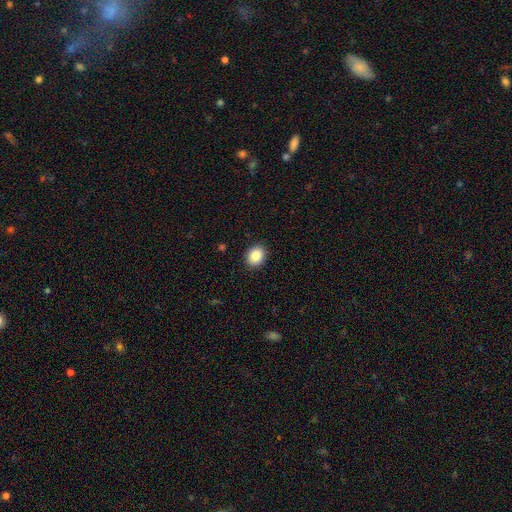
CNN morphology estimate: A smooth galaxy with no disk features (87%) that is round (55%).

Vote fractions:
- Smooth or featured? smooth: 87% / star or artifact: 9% / featured or disk: 4%
- How rounded? round: 55% / in between: 44% / cigar-shaped: 1%
- Merging? none: 91% / minor disturbance: 7% / major disturbance: 2% / merger: 1%